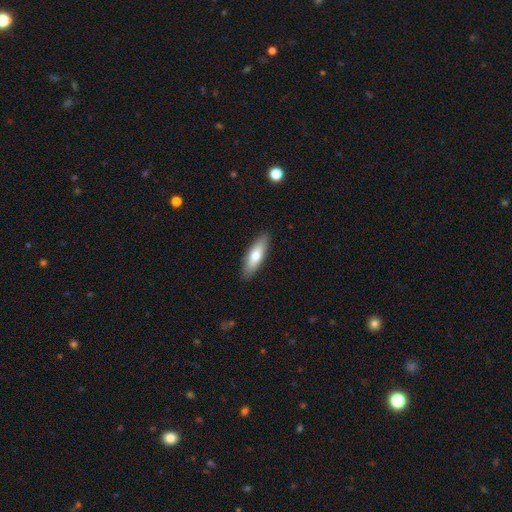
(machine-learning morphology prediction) Overall: smooth (68%). How rounded: in between (51%; cigar-shaped 47%). Merging: none (89%).